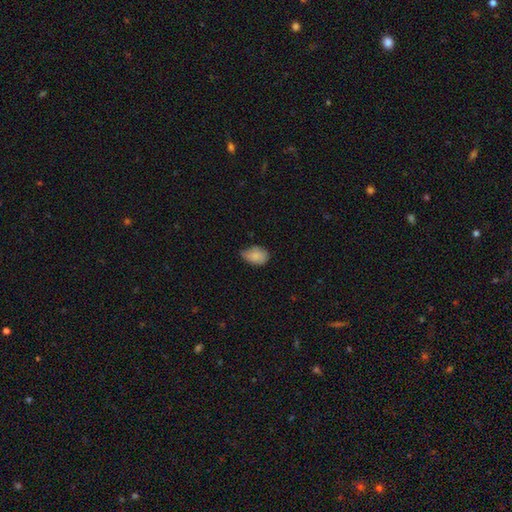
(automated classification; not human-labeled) smooth 84%, star or artifact 8%, featured or disk 8%. Down the decision tree: how rounded — in between (79%); merging — minor disturbance (45%, tied with none).